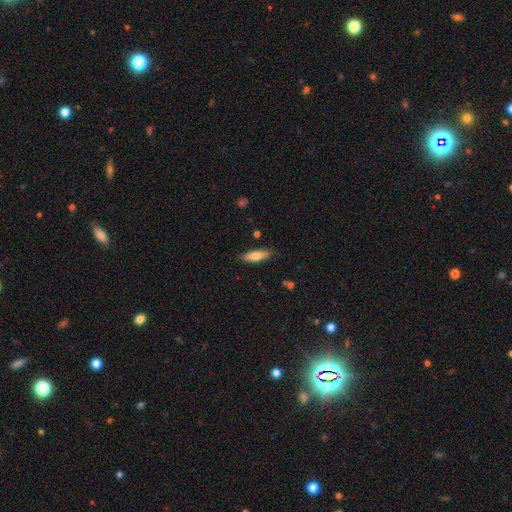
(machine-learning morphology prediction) smooth-or-featured: smooth: 73% | featured or disk: 20% | star or artifact: 6%
  how-rounded: cigar-shaped: 58% | in between: 40% | round: 2%
  merging: none: 85% | minor disturbance: 11% | major disturbance: 2% | merger: 2%